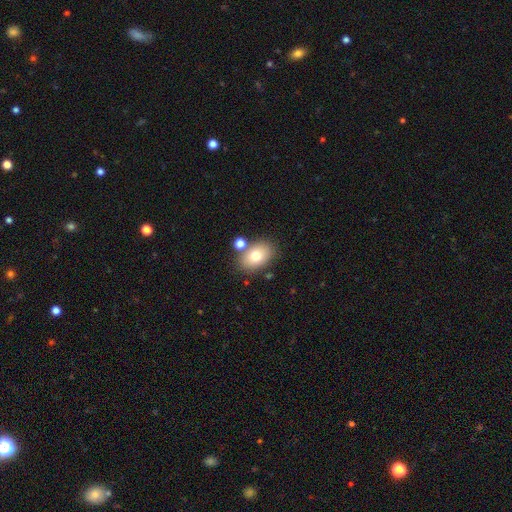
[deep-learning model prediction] Q: Smooth or featured?
A: smooth (74%); runner-up: featured or disk (16%)
Q: How rounded?
A: in between (81%); runner-up: round (18%)
Q: Merging?
A: none (73%); runner-up: merger (12%)